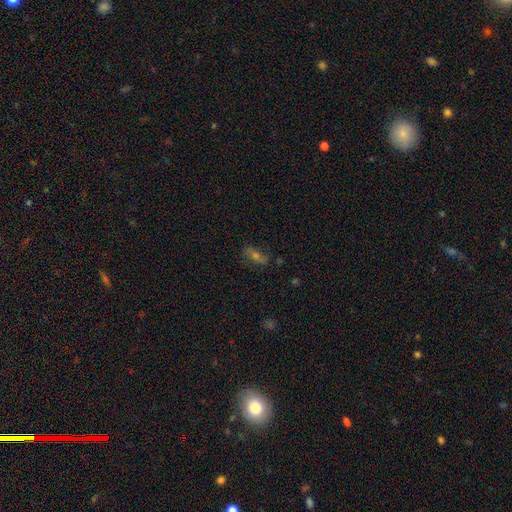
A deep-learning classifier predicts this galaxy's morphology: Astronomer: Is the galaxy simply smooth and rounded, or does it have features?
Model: featured or disk — 40% (runner-up: smooth, 37%).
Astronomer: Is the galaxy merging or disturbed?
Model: none — 74%.